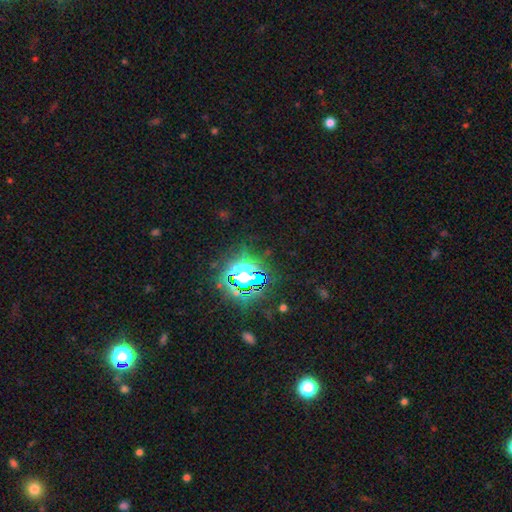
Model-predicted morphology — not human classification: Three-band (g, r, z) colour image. It shows a star or artifact, not a galaxy (84%).